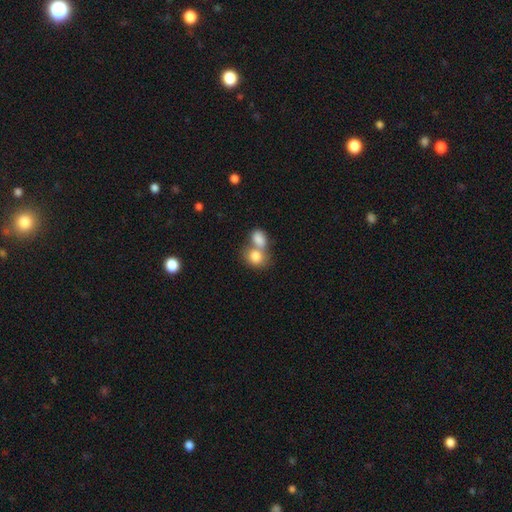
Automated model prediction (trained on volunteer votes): smooth-or-featured: smooth: 81% | featured or disk: 11% | star or artifact: 8%
  how-rounded: in between: 51% | round: 47% | cigar-shaped: 1%
  merging: merger: 64% | none: 25% | minor disturbance: 7% | major disturbance: 4%